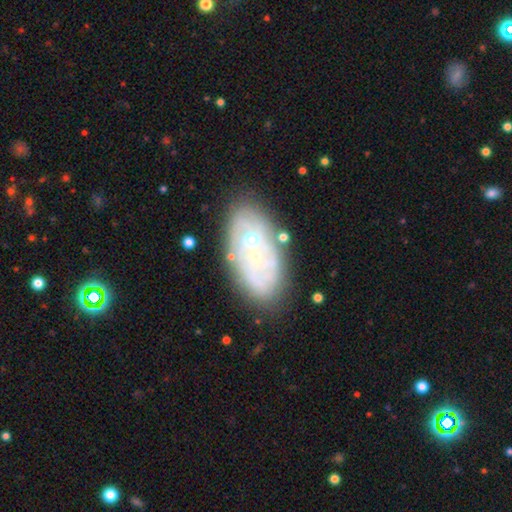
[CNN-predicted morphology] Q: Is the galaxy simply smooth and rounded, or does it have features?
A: featured or disk — 70%.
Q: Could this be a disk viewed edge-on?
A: no — 93%.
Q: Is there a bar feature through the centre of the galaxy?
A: no — 85%.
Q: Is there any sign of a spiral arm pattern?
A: yes — 61%.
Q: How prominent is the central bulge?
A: small — 69%.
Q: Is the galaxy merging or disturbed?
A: none — 73%.